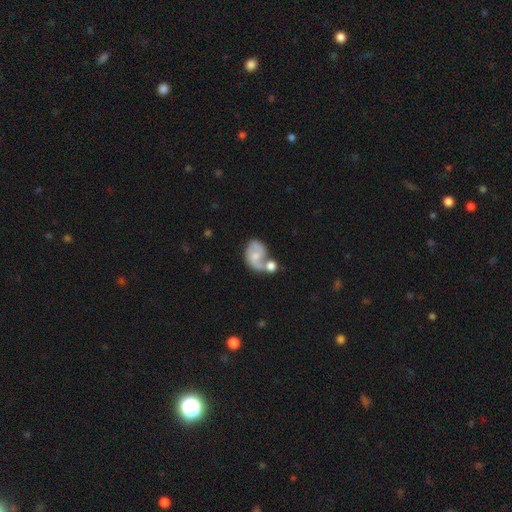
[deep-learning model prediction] This appears to be a featured or disk galaxy (59%) with no bar (66%), spiral arms (78%) and a moderate central bulge (44%, tied with small). Merging: merger (49%).